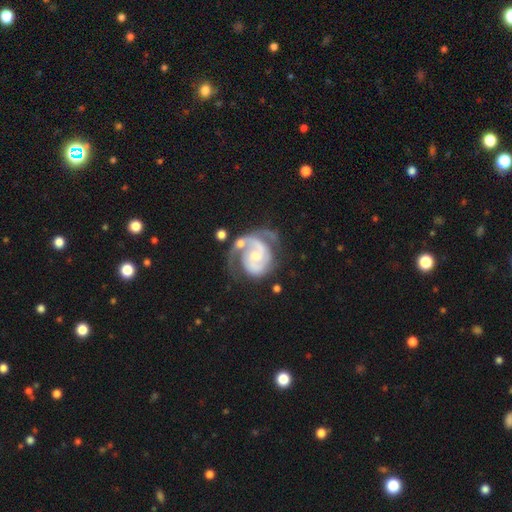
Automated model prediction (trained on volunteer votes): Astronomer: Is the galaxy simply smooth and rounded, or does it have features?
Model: featured or disk — 88%.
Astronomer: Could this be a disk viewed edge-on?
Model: no — 98%.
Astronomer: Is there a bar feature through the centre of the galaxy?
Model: no — 60%.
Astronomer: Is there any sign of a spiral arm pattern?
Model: yes — 96%.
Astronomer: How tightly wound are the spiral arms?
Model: tight — 48% (runner-up: medium, 40%).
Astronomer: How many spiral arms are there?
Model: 2 — 65%.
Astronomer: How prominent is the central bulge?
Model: small — 51% (runner-up: moderate, 41%).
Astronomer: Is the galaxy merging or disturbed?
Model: none — 47%.